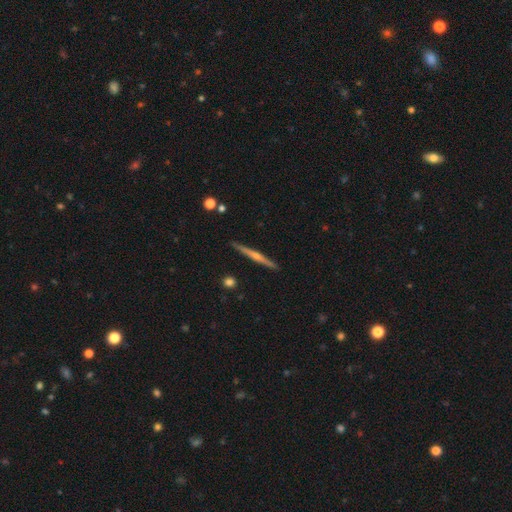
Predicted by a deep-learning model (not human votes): Smooth or featured? featured or disk (73%)
Edge-on disk? yes (98%)
Edge-on bulge? rounded (73%)
Merging? none (91%)